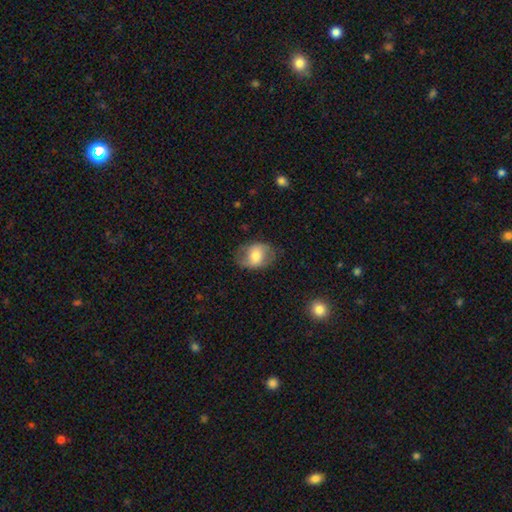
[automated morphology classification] Smooth or featured? Predicted: smooth (p=0.57). How rounded? Predicted: in between (p=0.68). Merging? Predicted: none (p=0.71).